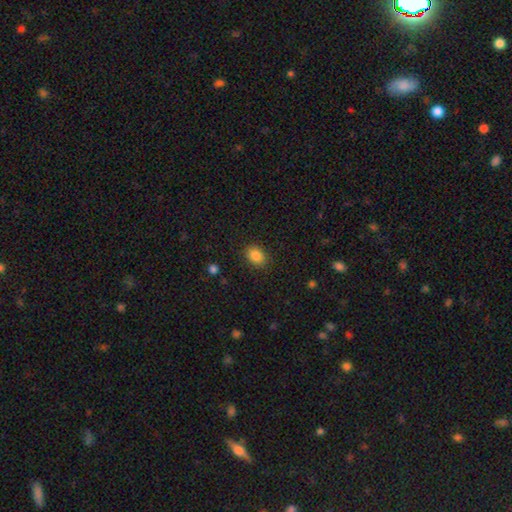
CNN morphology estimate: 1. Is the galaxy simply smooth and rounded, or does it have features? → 85% smooth, 10% star or artifact, 5% featured or disk.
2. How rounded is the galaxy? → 69% in between, 30% round, 1% cigar-shaped.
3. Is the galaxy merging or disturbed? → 88% none, 9% minor disturbance, 2% major disturbance, 1% merger.